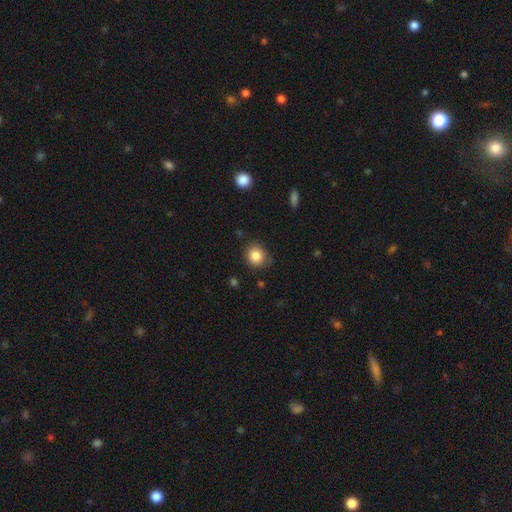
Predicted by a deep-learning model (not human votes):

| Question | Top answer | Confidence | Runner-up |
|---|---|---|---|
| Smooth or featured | smooth | 85% | star or artifact (9%) |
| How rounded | round | 81% | in between (18%) |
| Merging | none | 79% | minor disturbance (16%) |